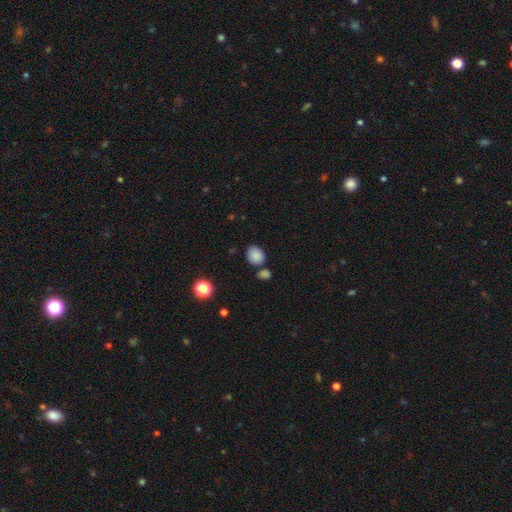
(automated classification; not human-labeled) The model was most divided on "how rounded": round: 56%, in between: 43%, cigar-shaped: 1%. More confident: smooth or featured — smooth (85%); merging — none (70%).